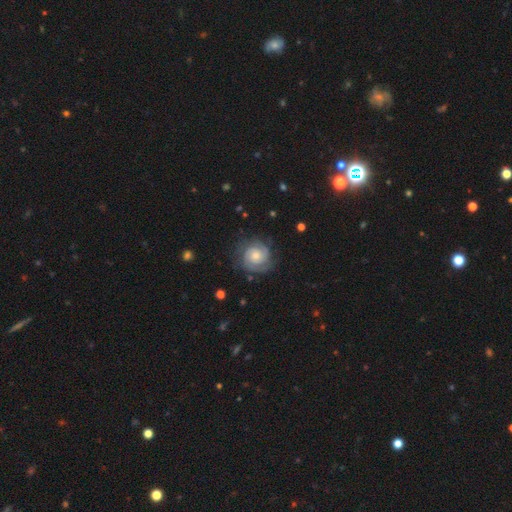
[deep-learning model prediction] Smooth or featured? featured or disk (81%)
Edge-on disk? no (98%)
Bar? no (74%)
Spiral arms? yes (96%)
Spiral winding? tight (70%)
Spiral arm count? 2 (64%)
Bulge size? small (48%)
Merging? none (78%)